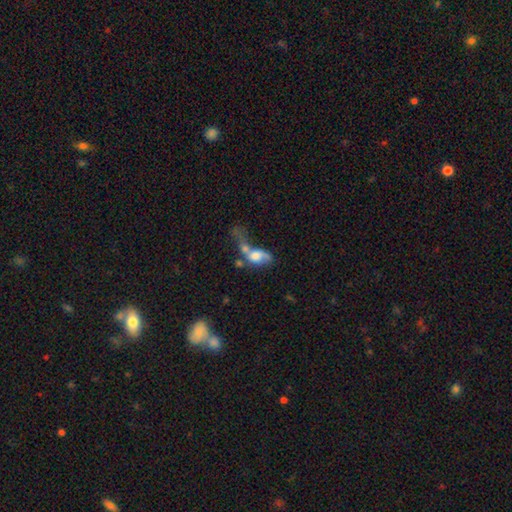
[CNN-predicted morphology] The model was most divided on "smooth or featured": smooth: 53%, featured or disk: 37%, star or artifact: 10%. More confident: how rounded — in between (73%); merging — merger (56%).